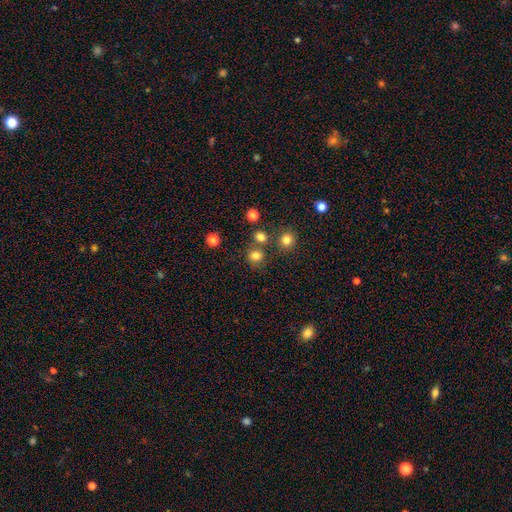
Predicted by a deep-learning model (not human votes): Overall: smooth (78%). How rounded: round (83%). Merging: none (71%).